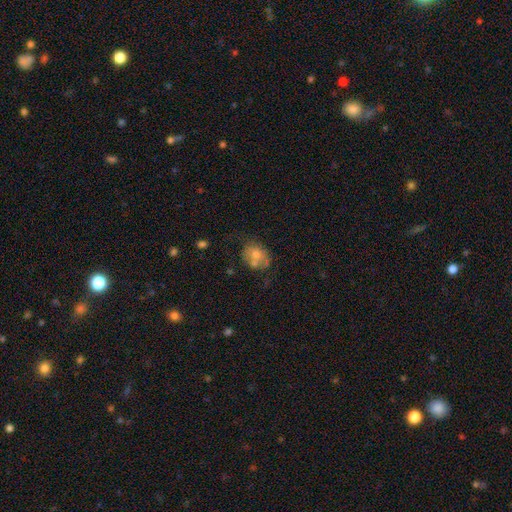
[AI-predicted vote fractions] A smooth galaxy with no disk features (58%) that is round (51%).

Vote fractions:
- Smooth or featured? smooth: 58% / featured or disk: 32% / star or artifact: 10%
- How rounded? round: 51% / in between: 48% / cigar-shaped: 1%
- Merging? none: 39% / minor disturbance: 24% / merger: 21% / major disturbance: 16%